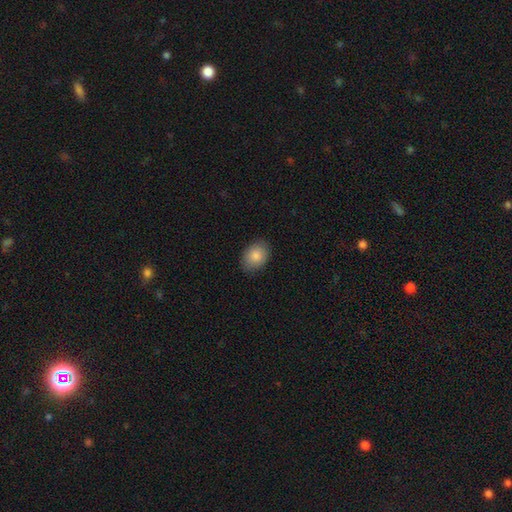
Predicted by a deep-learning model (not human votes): A smooth galaxy with no disk features (86%) that is in between round and cigar-shaped (74%).

Vote fractions:
- Smooth or featured? smooth: 86% / star or artifact: 7% / featured or disk: 7%
- How rounded? in between: 74% / round: 25% / cigar-shaped: 1%
- Merging? none: 86% / minor disturbance: 11% / major disturbance: 2% / merger: 1%